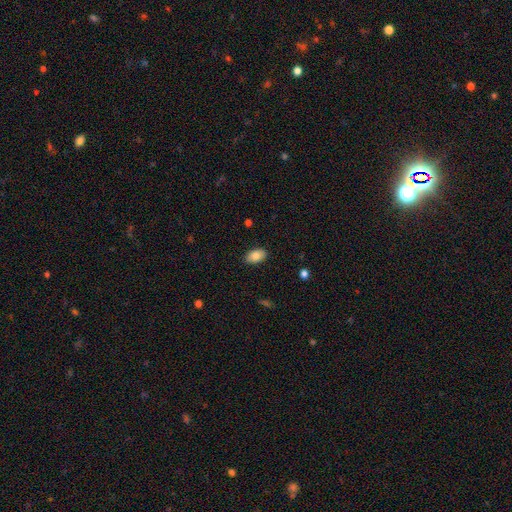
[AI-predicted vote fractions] A smooth galaxy with no disk features (84%) that is in between round and cigar-shaped (93%).

Vote fractions:
- Smooth or featured? smooth: 84% / featured or disk: 9% / star or artifact: 7%
- How rounded? in between: 93% / round: 6% / cigar-shaped: 1%
- Merging? none: 88% / minor disturbance: 9% / major disturbance: 2% / merger: 1%